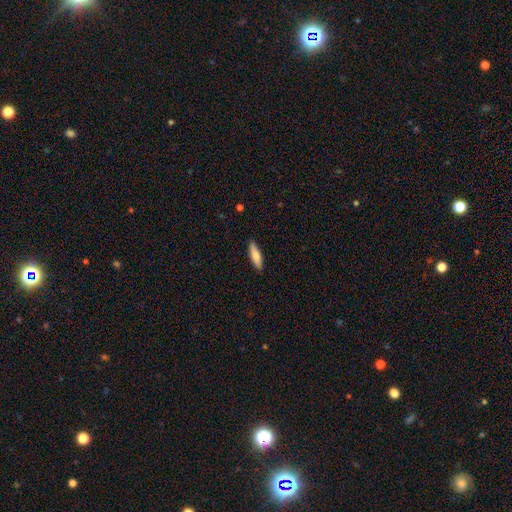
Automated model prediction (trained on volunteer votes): Morphology: type=smooth (77%); roundness=cigar-shaped (64%); merging=none (88%).